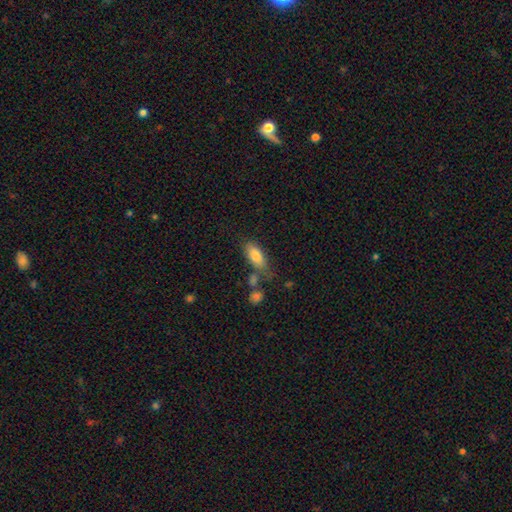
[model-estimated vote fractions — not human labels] This is likely a smooth galaxy (80%). How rounded: clearly in between (82%). Merging: likely none (61%).